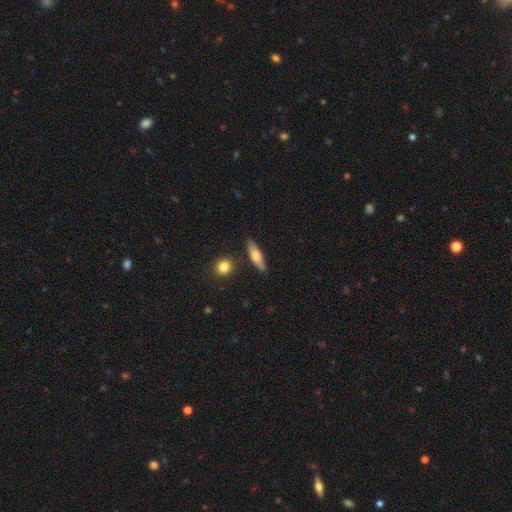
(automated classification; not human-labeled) Smooth or featured: smooth — 65% (featured or disk — 29%)
How rounded: cigar-shaped — 62% (in between — 34%)
Merging: none — 83% (minor disturbance — 11%)